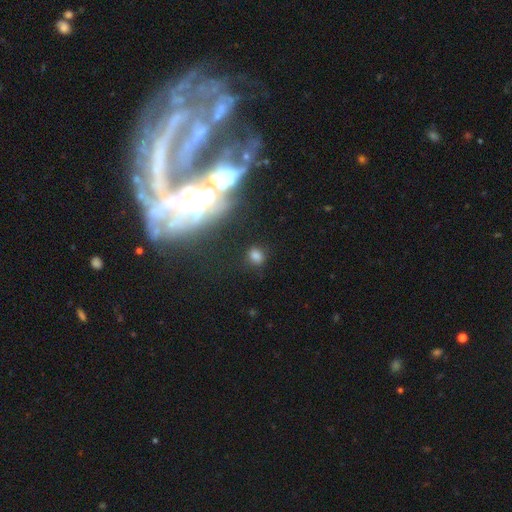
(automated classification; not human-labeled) Q: Smooth or featured?
A: smooth (70%); runner-up: star or artifact (21%)
Q: How rounded?
A: round (60%); runner-up: in between (38%)
Q: Merging?
A: none (82%); runner-up: minor disturbance (11%)